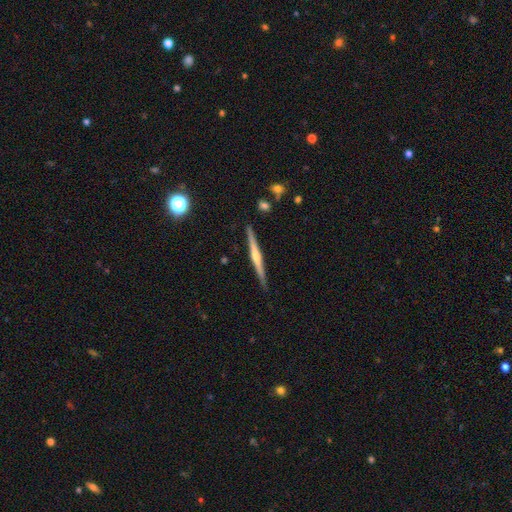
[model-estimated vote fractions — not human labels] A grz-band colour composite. It shows a featured or disk galaxy (75%) viewed edge-on (98%) with a rounded central bulge (78%). Merging: none (90%).